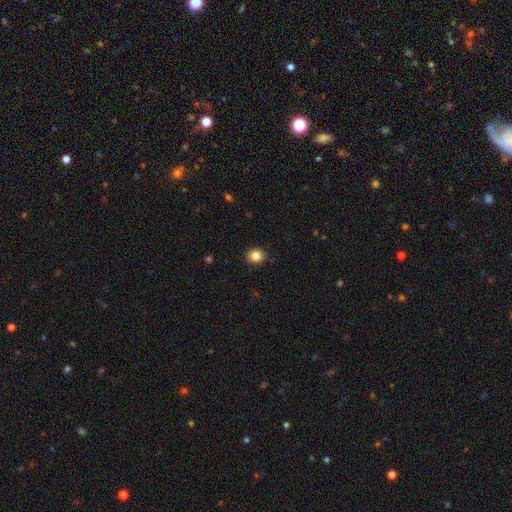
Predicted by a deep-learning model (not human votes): smooth-or-featured: smooth: 85% | star or artifact: 10% | featured or disk: 5%
  how-rounded: round: 84% | in between: 15% | cigar-shaped: 1%
  merging: none: 90% | minor disturbance: 7% | major disturbance: 2% | merger: 1%